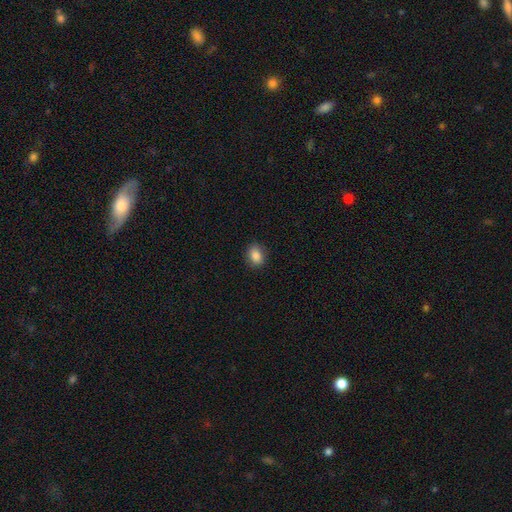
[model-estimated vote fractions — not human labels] Smooth or featured? smooth (86%)
How rounded? in between (61%)
Merging? none (87%)